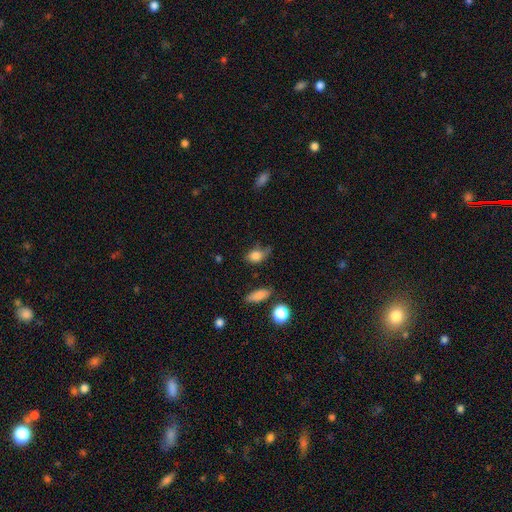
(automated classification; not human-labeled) Smooth or featured?
  - smooth: 80% *
  - featured or disk: 10%
  - star or artifact: 10%
How rounded?
  - in between: 71% *
  - round: 26%
  - cigar-shaped: 4%
Merging?
  - none: 43% *
  - minor disturbance: 37%
  - major disturbance: 16%
  - merger: 4%